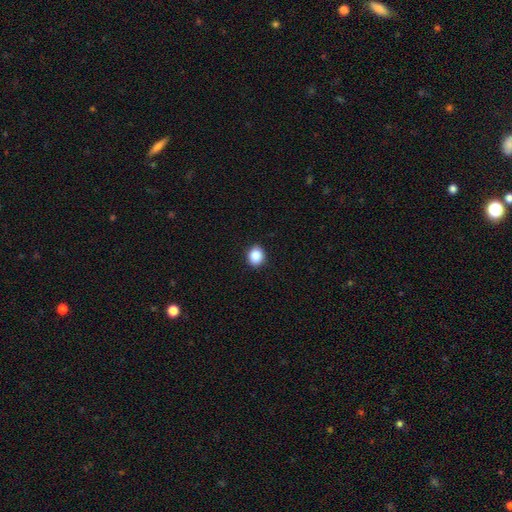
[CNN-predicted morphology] type=smooth (88%); roundness=round (65%); merging=none (91%).